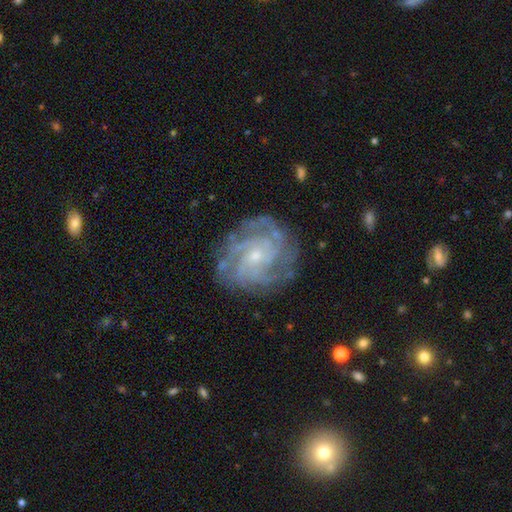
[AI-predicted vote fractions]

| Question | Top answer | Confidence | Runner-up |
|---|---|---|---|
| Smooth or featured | featured or disk | 86% | smooth (7%) |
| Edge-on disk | no | 97% | yes (3%) |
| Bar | no | 71% | weak (24%) |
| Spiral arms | yes | 96% | no (4%) |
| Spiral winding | tight | 64% | medium (30%) |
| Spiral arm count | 4 | 26% | can't tell (25%) |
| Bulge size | small | 75% | moderate (20%) |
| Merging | none | 78% | minor disturbance (14%) |